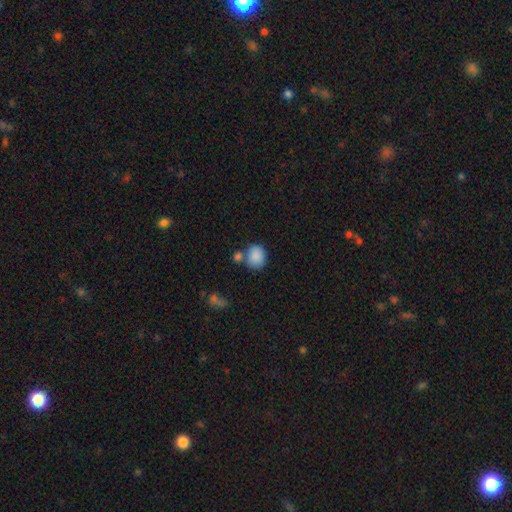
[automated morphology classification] Smooth or featured?
  - smooth: 87% *
  - star or artifact: 8%
  - featured or disk: 5%
How rounded?
  - round: 69% *
  - in between: 30%
  - cigar-shaped: 1%
Merging?
  - none: 58% *
  - merger: 24%
  - minor disturbance: 13%
  - major disturbance: 4%